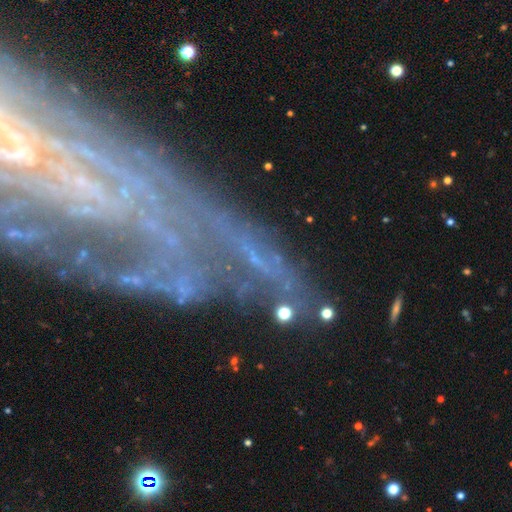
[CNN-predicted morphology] This is likely a featured or disk galaxy (68%). It is clearly not viewed edge-on (83%). Bar: possibly no (47%). Spiral arm pattern: clearly yes (82%). Central bulge: possibly small (54%). Merging: likely none (64%).